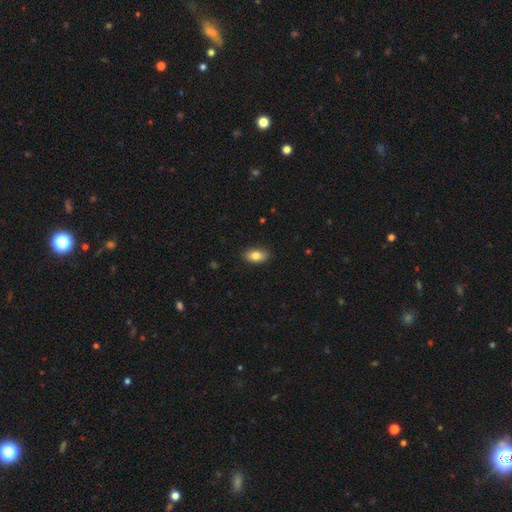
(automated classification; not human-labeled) Q: Smooth or featured?
A: smooth (82%); runner-up: featured or disk (10%)
Q: How rounded?
A: in between (90%); runner-up: round (7%)
Q: Merging?
A: none (88%); runner-up: minor disturbance (9%)